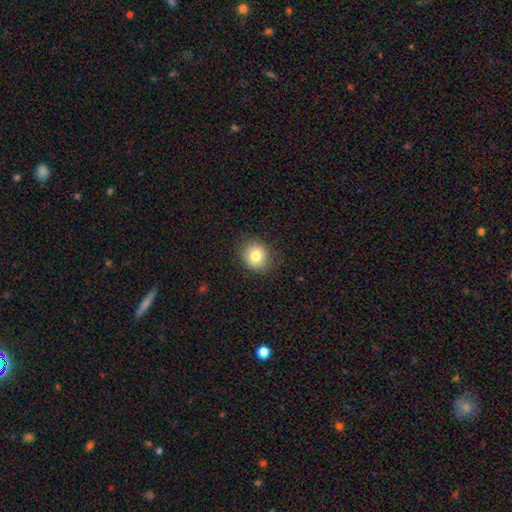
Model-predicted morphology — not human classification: A smooth galaxy with no disk features (79%) that is round (81%).

Vote fractions:
- Smooth or featured? smooth: 79% / star or artifact: 10% / featured or disk: 10%
- How rounded? round: 81% / in between: 18% / cigar-shaped: 1%
- Merging? none: 85% / minor disturbance: 11% / major disturbance: 3% / merger: 1%